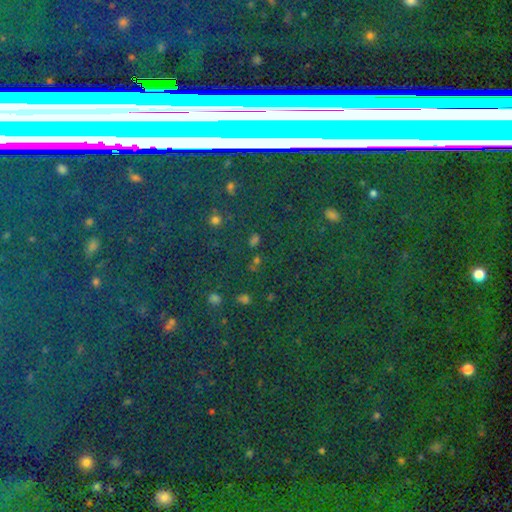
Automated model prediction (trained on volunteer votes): smooth_or_featured: star or artifact (p=0.73) [alt: featured or disk p=0.15]